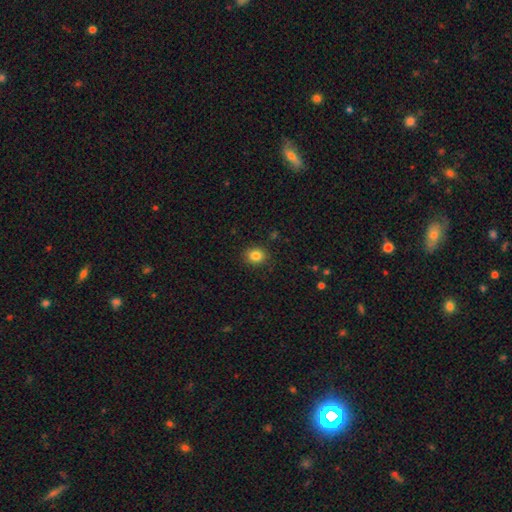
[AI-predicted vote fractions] Smooth or featured?
  - smooth: 84% *
  - star or artifact: 11%
  - featured or disk: 6%
How rounded?
  - round: 72% *
  - in between: 27%
  - cigar-shaped: 1%
Merging?
  - none: 90% *
  - minor disturbance: 7%
  - major disturbance: 2%
  - merger: 1%